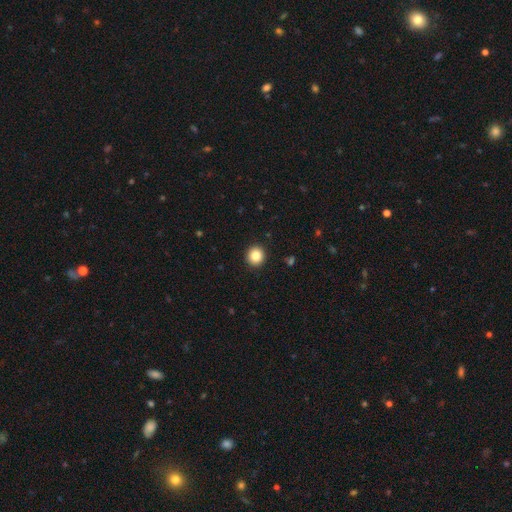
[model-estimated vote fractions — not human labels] A smooth galaxy with no disk features (85%) that is round (91%). Merging: none (93%).